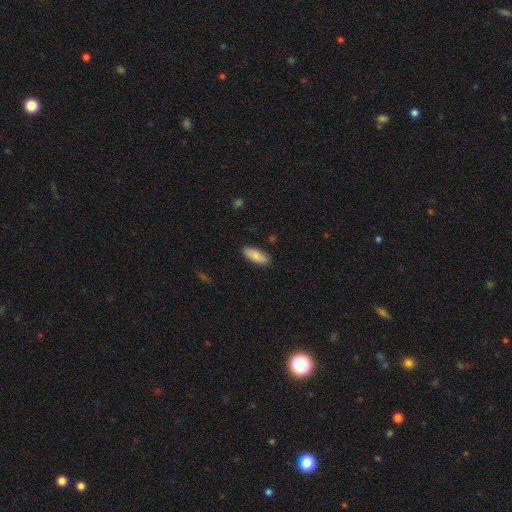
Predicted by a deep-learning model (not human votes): This appears to be a smooth galaxy with no disk features (85%) that is in between round and cigar-shaped (75%). Merging: none (87%).